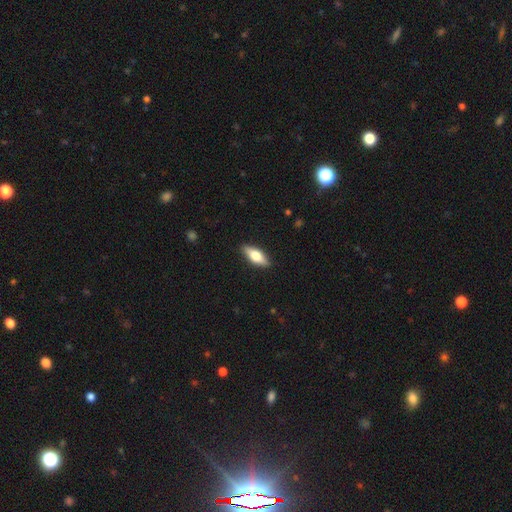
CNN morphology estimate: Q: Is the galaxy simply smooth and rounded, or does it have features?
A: smooth — 64%.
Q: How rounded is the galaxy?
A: in between — 69%.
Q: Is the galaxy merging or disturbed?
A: none — 89%.